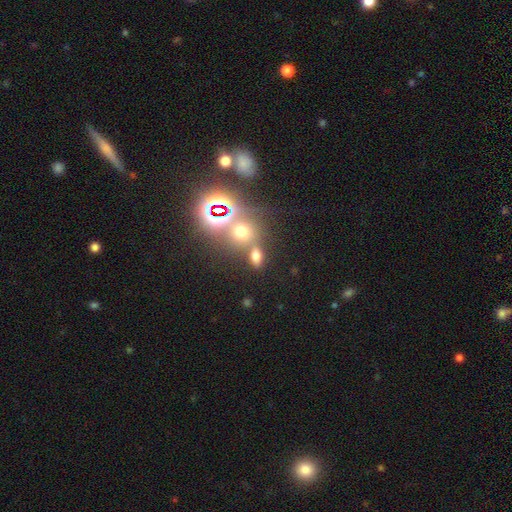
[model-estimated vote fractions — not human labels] Smooth or featured? Predicted: smooth (p=0.60). How rounded? Predicted: in between (p=0.67). Merging? Predicted: none (p=0.63).